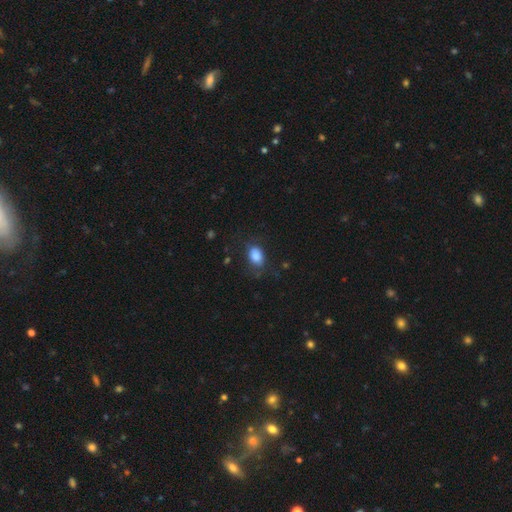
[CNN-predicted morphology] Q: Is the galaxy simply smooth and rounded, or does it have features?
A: smooth — 84%.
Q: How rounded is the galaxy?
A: in between — 80%.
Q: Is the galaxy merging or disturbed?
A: none — 67%.